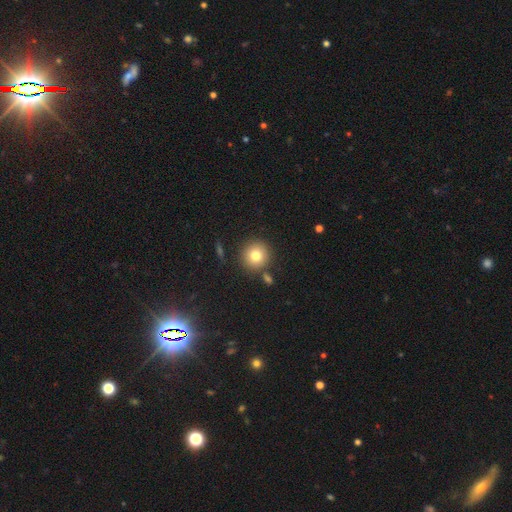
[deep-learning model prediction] This appears to be a smooth galaxy with no disk features (78%) that is round (94%). Merging: none (83%).